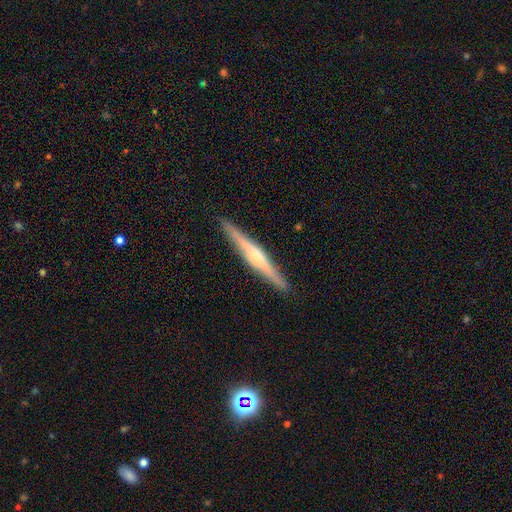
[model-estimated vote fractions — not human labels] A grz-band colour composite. It shows a featured or disk galaxy (70%) viewed edge-on (98%) with a rounded central bulge (67%). Merging: none (91%).